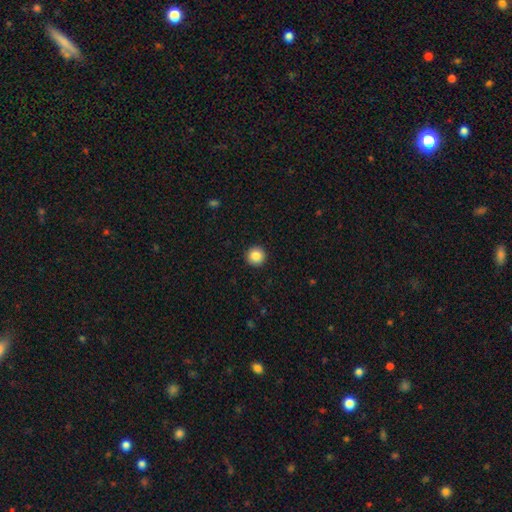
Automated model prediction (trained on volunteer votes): A smooth galaxy with no disk features (87%) that is round (96%).

Vote fractions:
- Smooth or featured? smooth: 87% / star or artifact: 9% / featured or disk: 4%
- How rounded? round: 96% / in between: 3% / cigar-shaped: 1%
- Merging? none: 93% / minor disturbance: 4% / major disturbance: 2% / merger: 1%